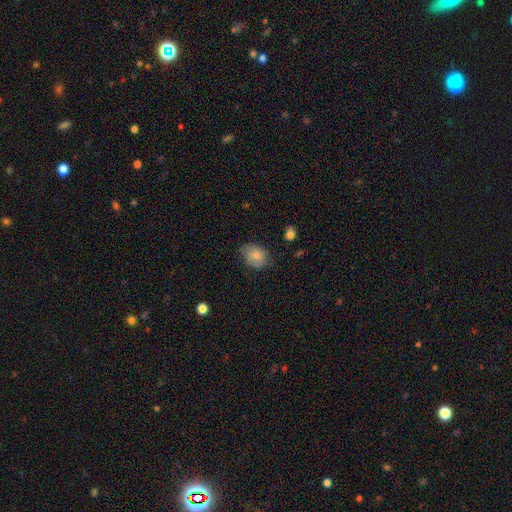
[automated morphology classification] This is clearly a smooth galaxy (80%). How rounded: likely in between (61%). Merging: likely none (63%).